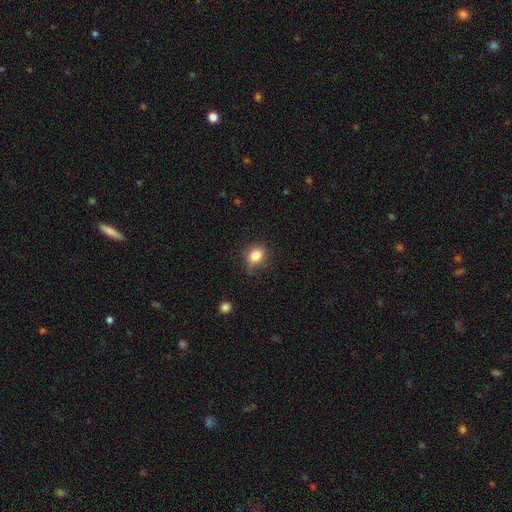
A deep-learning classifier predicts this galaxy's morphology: A smooth galaxy with no disk features (84%) that is round (60%).

Vote fractions:
- Smooth or featured? smooth: 84% / star or artifact: 10% / featured or disk: 6%
- How rounded? round: 60% / in between: 39% / cigar-shaped: 1%
- Merging? none: 76% / minor disturbance: 19% / major disturbance: 4% / merger: 1%